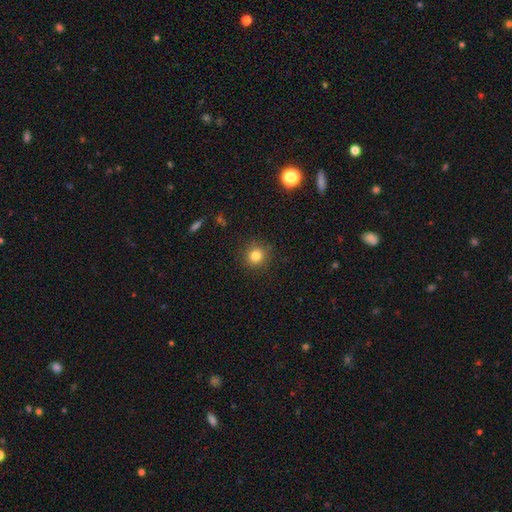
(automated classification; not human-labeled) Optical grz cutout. It shows a smooth galaxy with no disk features (82%) that is round (92%). Merging: none (89%).